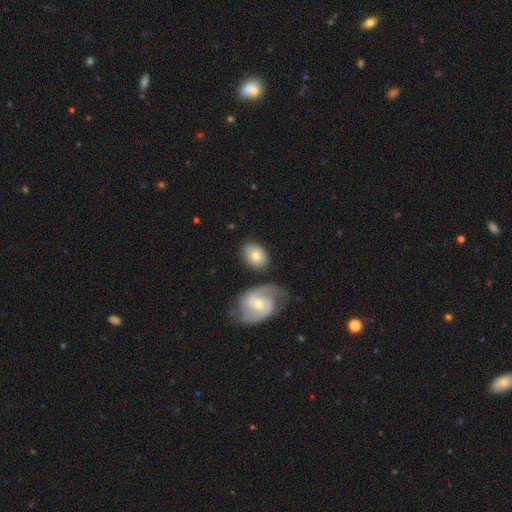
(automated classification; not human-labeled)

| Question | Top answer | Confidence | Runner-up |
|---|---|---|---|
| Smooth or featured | smooth | 66% | featured or disk (28%) |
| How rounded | in between | 65% | round (34%) |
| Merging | none | 69% | minor disturbance (15%) |